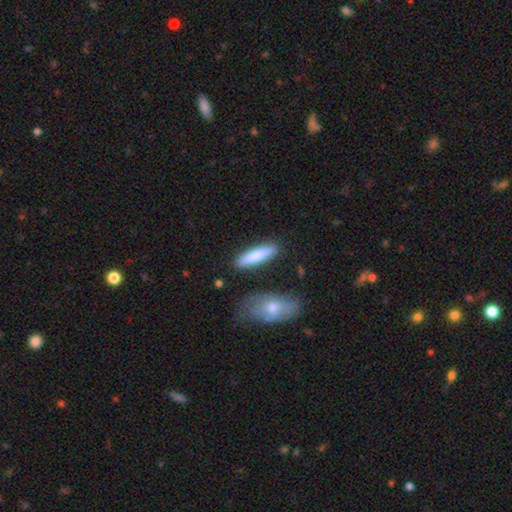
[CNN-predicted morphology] This appears to be a smooth galaxy with no disk features (79%) that is cigar-shaped (76%). Merging: none (84%).